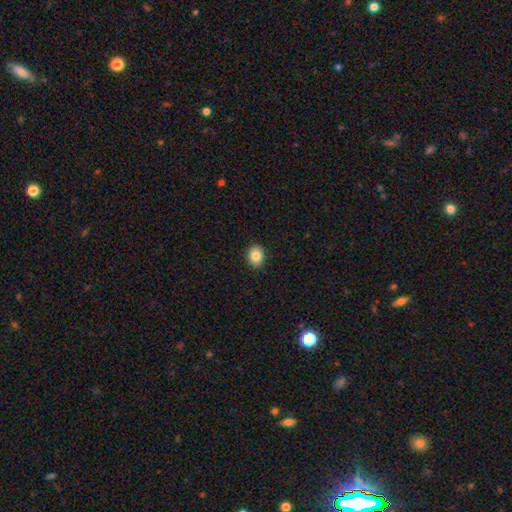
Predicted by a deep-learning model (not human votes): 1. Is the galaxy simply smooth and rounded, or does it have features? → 84% smooth, 9% star or artifact, 6% featured or disk.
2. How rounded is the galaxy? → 54% in between, 45% round, 1% cigar-shaped.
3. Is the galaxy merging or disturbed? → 90% none, 7% minor disturbance, 2% major disturbance, 1% merger.